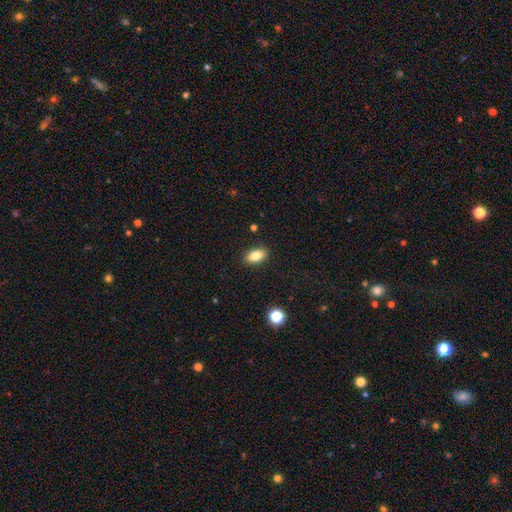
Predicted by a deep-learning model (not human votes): Morphology: type=smooth (81%); roundness=in between (88%); merging=none (88%).